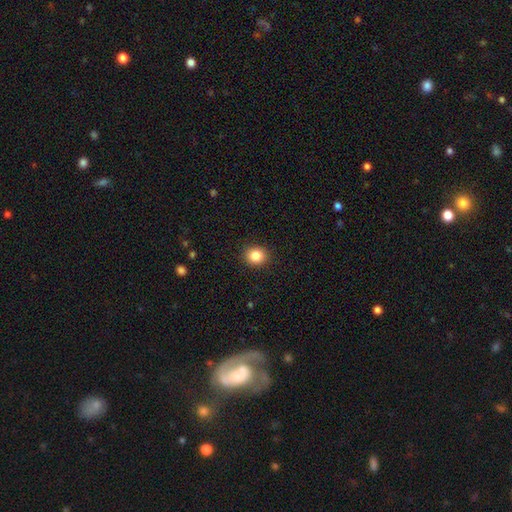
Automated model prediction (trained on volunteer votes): smooth_or_featured: smooth (p=0.85) [alt: star or artifact p=0.10]
how_rounded: round (p=0.76) [alt: in between p=0.23]
merging: none (p=0.91) [alt: minor disturbance p=0.07]